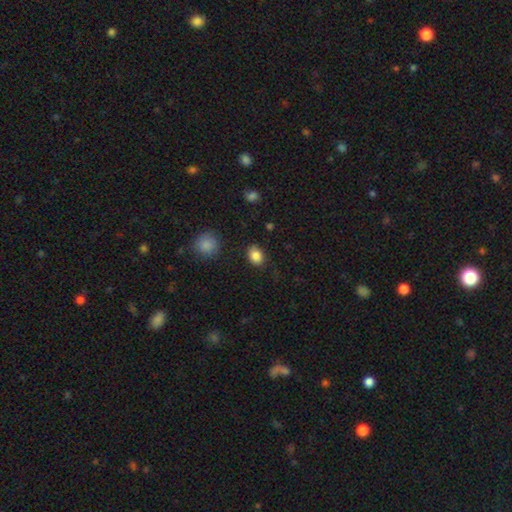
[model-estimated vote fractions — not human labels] Smooth or featured?
  - smooth: 86% *
  - star or artifact: 9%
  - featured or disk: 5%
How rounded?
  - in between: 62% *
  - round: 37%
  - cigar-shaped: 1%
Merging?
  - none: 84% *
  - minor disturbance: 12%
  - major disturbance: 3%
  - merger: 2%